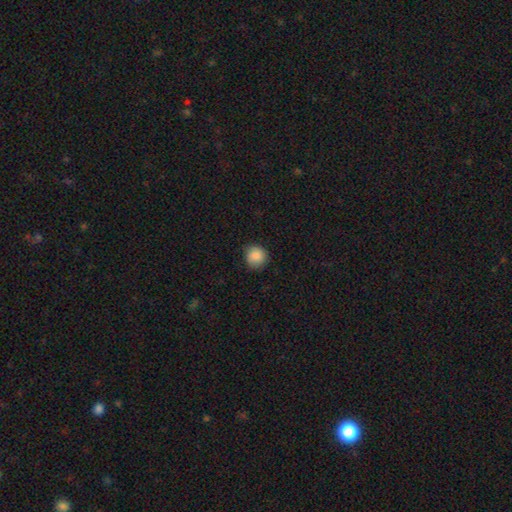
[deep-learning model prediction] The model was most divided on "merging": none: 81%, minor disturbance: 15%, major disturbance: 3%, merger: 1%. More confident: how rounded — round (89%); smooth or featured — smooth (88%).